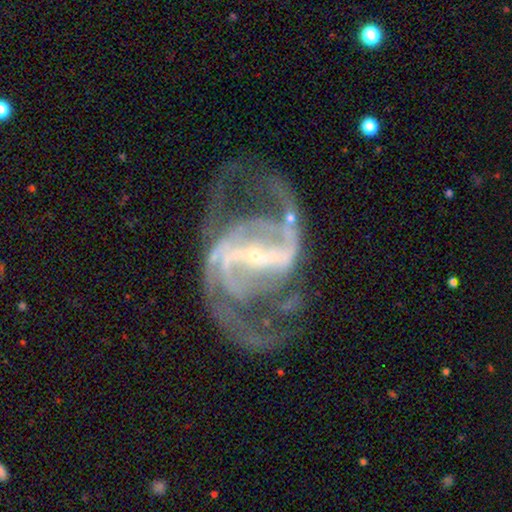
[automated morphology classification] Overall: featured or disk (92%). Edge-on disk: no (97%). Bar: strong (76%). Spiral arms: yes (97%). Spiral arm count: 2 (88%). Spiral winding: medium (56%; loose 29%). Bulge size: small (83%). Merging: none (64%).